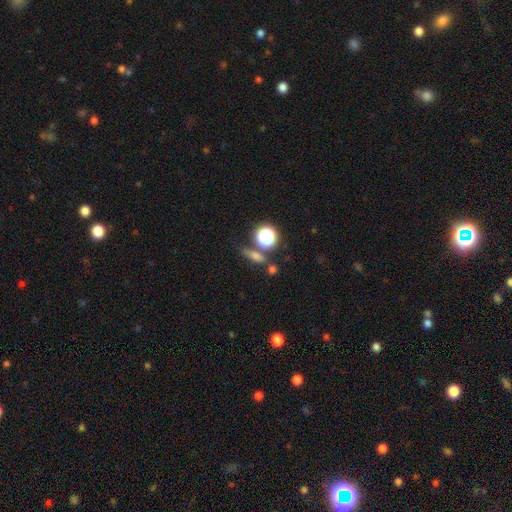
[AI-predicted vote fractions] smooth-or-featured: smooth: 60% | star or artifact: 22% | featured or disk: 18%
  how-rounded: in between: 35% | cigar-shaped: 33% | round: 32%
  merging: none: 69% | minor disturbance: 13% | merger: 13% | major disturbance: 5%